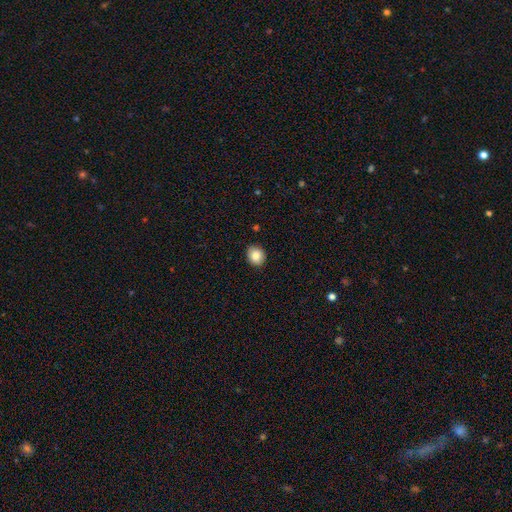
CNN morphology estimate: Q: Smooth or featured?
A: smooth (85%); runner-up: star or artifact (9%)
Q: How rounded?
A: round (69%); runner-up: in between (30%)
Q: Merging?
A: none (90%); runner-up: minor disturbance (7%)